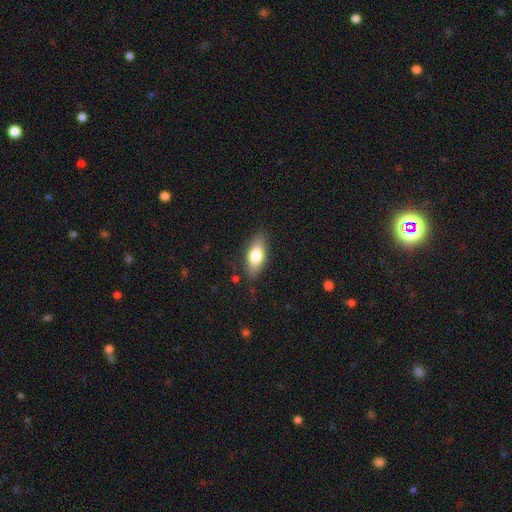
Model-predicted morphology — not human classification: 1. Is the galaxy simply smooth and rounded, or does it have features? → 71% smooth, 23% featured or disk, 7% star or artifact.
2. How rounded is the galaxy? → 78% in between, 19% cigar-shaped, 4% round.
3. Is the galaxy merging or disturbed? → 81% none, 14% minor disturbance, 3% major disturbance, 2% merger.